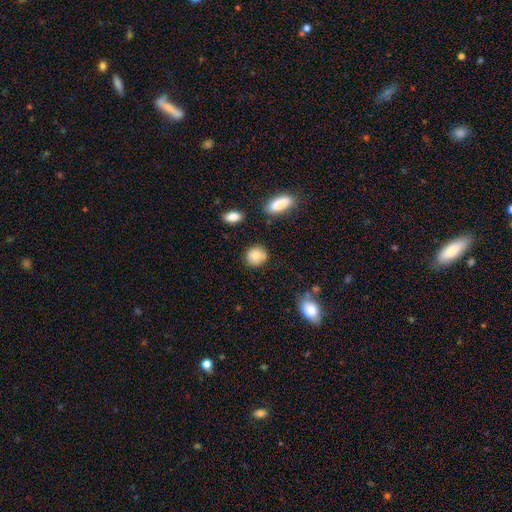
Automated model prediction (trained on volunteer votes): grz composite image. It shows a smooth galaxy with no disk features (80%) that is round (80%). Merging: none (77%).